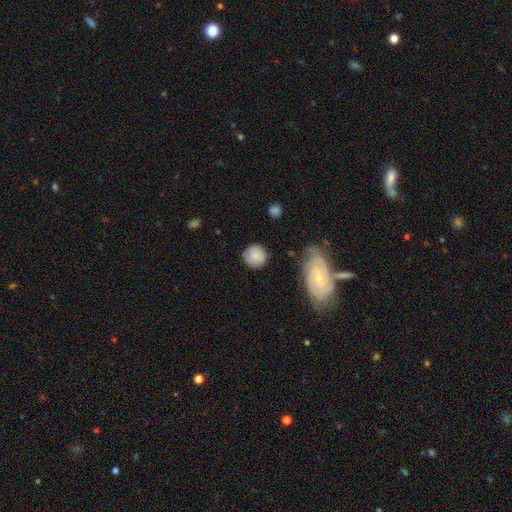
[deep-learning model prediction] Smooth or featured? smooth (73%)
How rounded? round (89%)
Merging? none (79%)